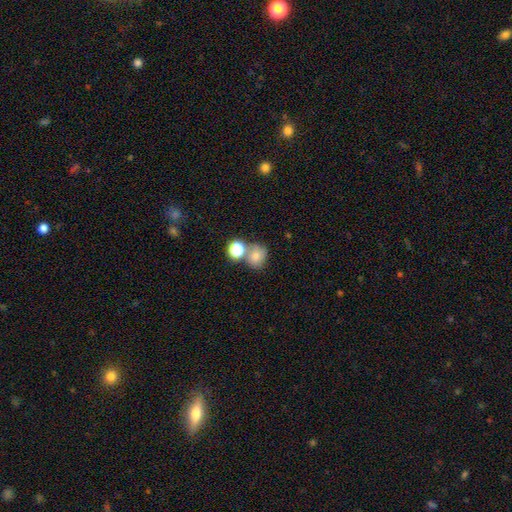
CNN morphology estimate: Smooth or featured? Predicted: smooth (p=0.73). How rounded? Predicted: round (p=0.71). Merging? Predicted: none (p=0.49).